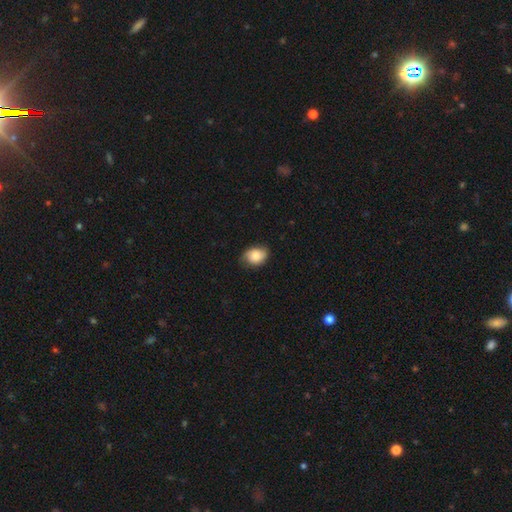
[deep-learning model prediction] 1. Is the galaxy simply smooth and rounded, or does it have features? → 78% smooth, 14% featured or disk, 8% star or artifact.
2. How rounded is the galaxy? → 68% in between, 31% round, 1% cigar-shaped.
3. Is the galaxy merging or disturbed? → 71% none, 23% minor disturbance, 5% major disturbance, 1% merger.